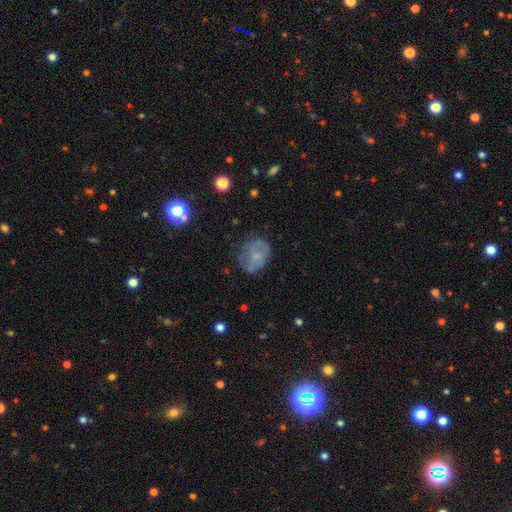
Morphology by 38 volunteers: smooth 61%, featured or disk 32%, star or artifact 8%. Down the decision tree: how rounded — in between (57%); merging — none (54%).